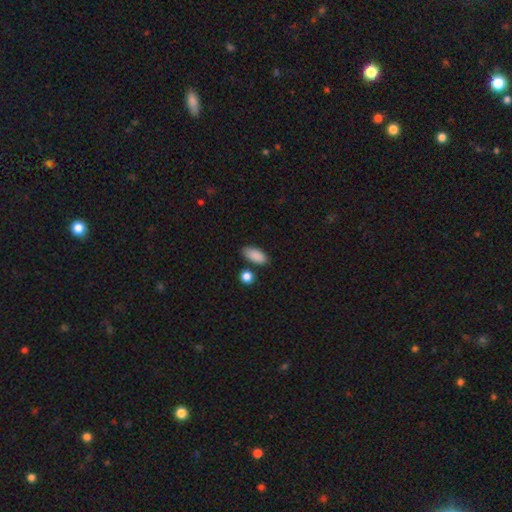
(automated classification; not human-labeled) Smooth or featured? smooth (89%)
How rounded? in between (87%)
Merging? none (76%)